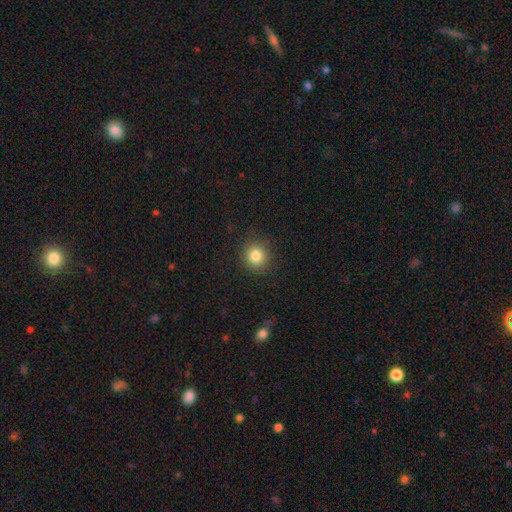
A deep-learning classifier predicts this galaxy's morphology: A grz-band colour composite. It shows a smooth galaxy with no disk features (83%) that is round (90%). Merging: none (89%).